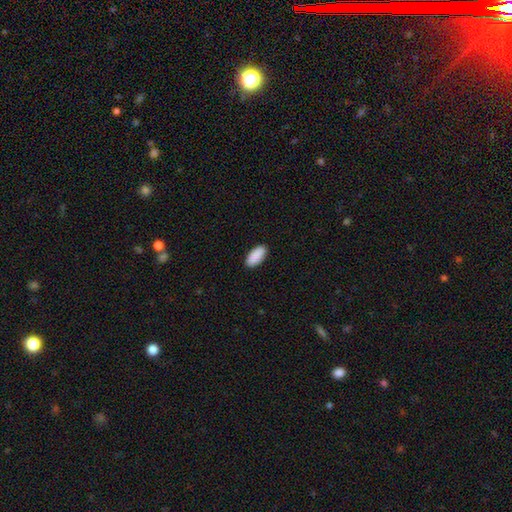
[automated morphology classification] smooth_or_featured: smooth (p=0.91) [alt: star or artifact p=0.06]
how_rounded: in between (p=0.91) [alt: cigar-shaped p=0.07]
merging: none (p=0.90) [alt: minor disturbance p=0.08]